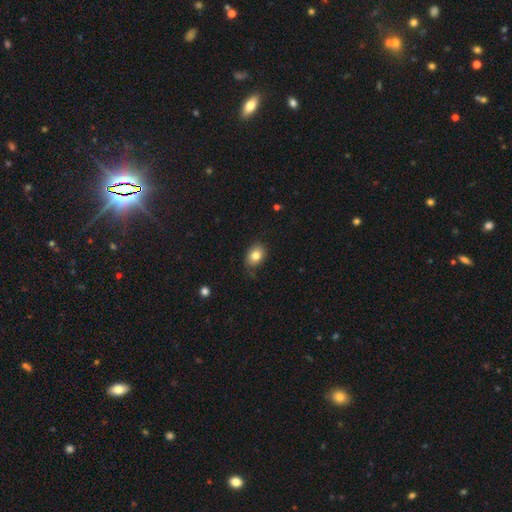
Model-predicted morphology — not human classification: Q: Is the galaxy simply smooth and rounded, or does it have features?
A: smooth — 81%.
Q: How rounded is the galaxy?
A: in between — 67%.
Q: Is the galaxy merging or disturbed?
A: none — 72%.